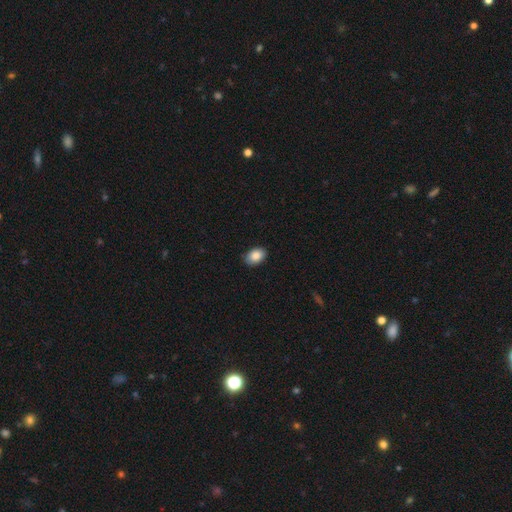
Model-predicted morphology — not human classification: A smooth galaxy with no disk features (87%) that is in between round and cigar-shaped (86%). Merging: none (87%).